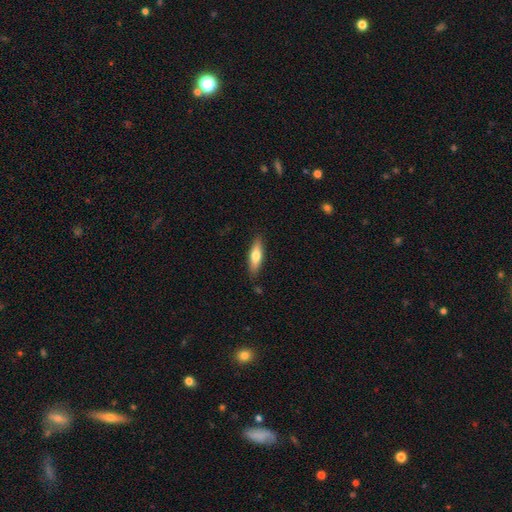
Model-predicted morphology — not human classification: The model was most divided on "how rounded": cigar-shaped: 55%, in between: 43%, round: 2%. More confident: merging — none (86%); smooth or featured — smooth (67%).